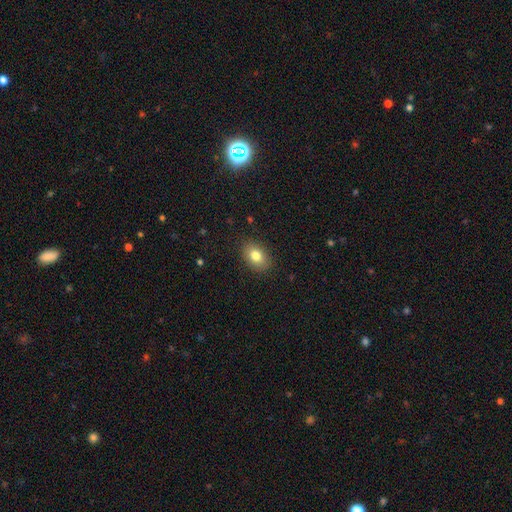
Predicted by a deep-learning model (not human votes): A smooth galaxy with no disk features (81%) that is in between round and cigar-shaped (80%). Merging: none (87%).